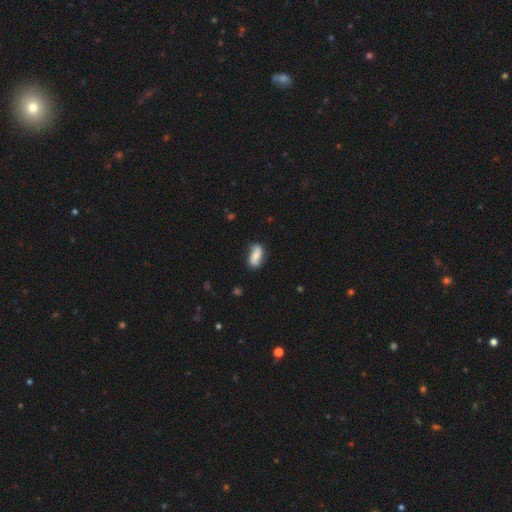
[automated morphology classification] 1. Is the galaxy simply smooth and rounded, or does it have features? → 46% smooth (tied), 46% featured or disk (tied), 8% star or artifact.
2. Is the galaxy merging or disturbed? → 72% none, 20% minor disturbance, 5% major disturbance, 3% merger.